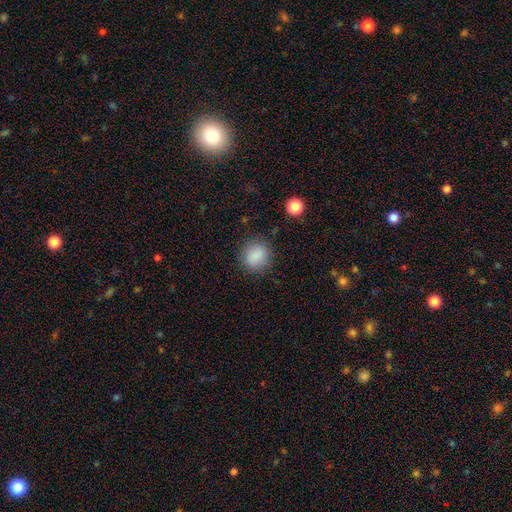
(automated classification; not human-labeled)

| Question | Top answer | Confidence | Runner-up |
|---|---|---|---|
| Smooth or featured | smooth | 87% | star or artifact (9%) |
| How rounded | round | 81% | in between (18%) |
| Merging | none | 85% | minor disturbance (10%) |